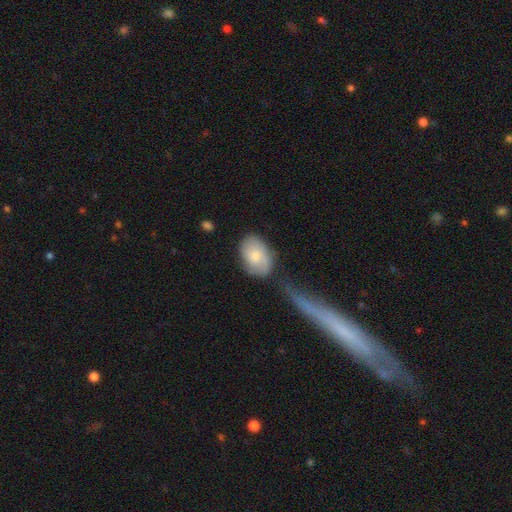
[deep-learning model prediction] Morphology: type=smooth (57%); roundness=in between (80%); merging=none (64%).